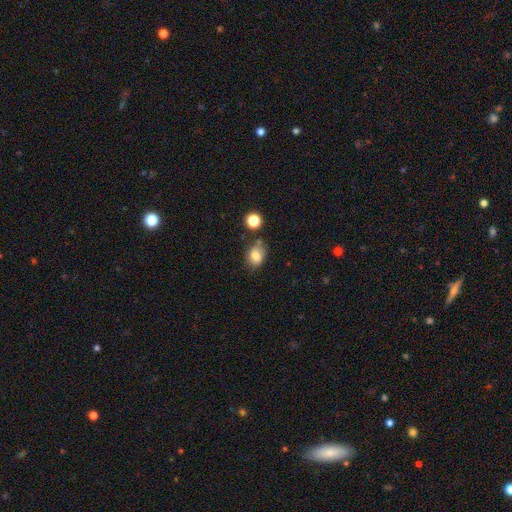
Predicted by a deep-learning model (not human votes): Q: Smooth or featured?
A: smooth (79%); runner-up: star or artifact (11%)
Q: How rounded?
A: in between (59%); runner-up: round (40%)
Q: Merging?
A: none (65%); runner-up: minor disturbance (20%)